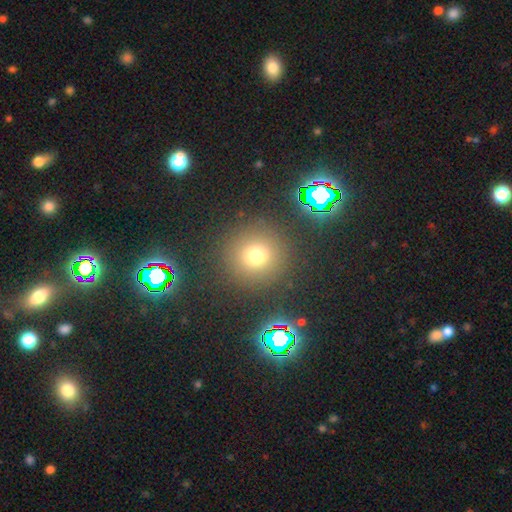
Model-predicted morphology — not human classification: This appears to be a smooth galaxy with no disk features (68%) that is round (93%). Merging: none (88%).